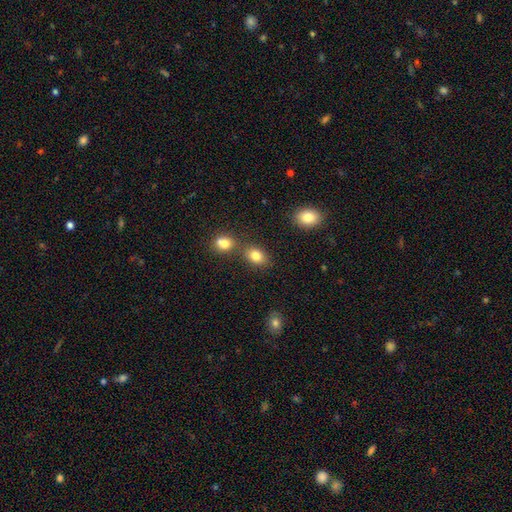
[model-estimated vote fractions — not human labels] smooth 82%, star or artifact 10%, featured or disk 7%. Down the decision tree: how rounded — in between (70%); merging — none (66%).